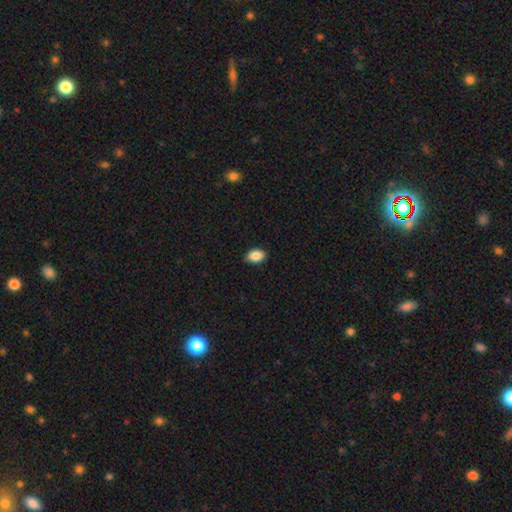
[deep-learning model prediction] A smooth galaxy with no disk features (88%) that is in between round and cigar-shaped (86%). Merging: none (88%).